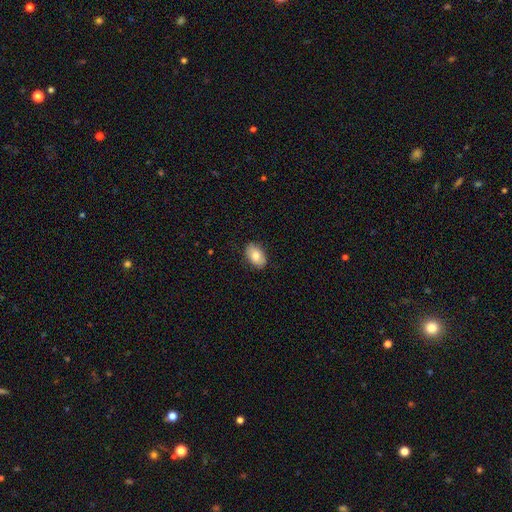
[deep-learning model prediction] A smooth galaxy with no disk features (79%) that is in between round and cigar-shaped (90%).

Vote fractions:
- Smooth or featured? smooth: 79% / featured or disk: 14% / star or artifact: 7%
- How rounded? in between: 90% / round: 9% / cigar-shaped: 1%
- Merging? none: 86% / minor disturbance: 11% / major disturbance: 2% / merger: 1%